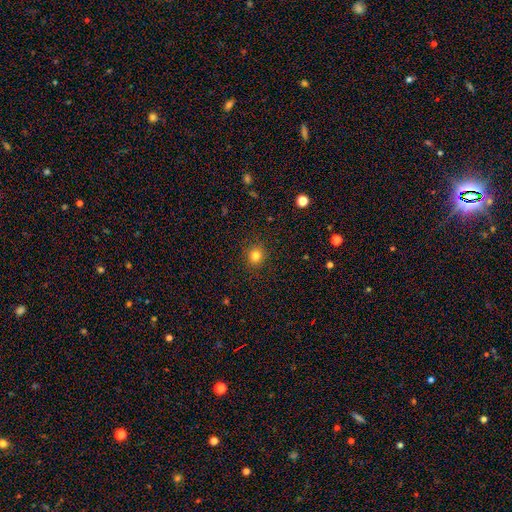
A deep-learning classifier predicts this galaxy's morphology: Overall: smooth (81%). How rounded: round (86%). Merging: none (89%).